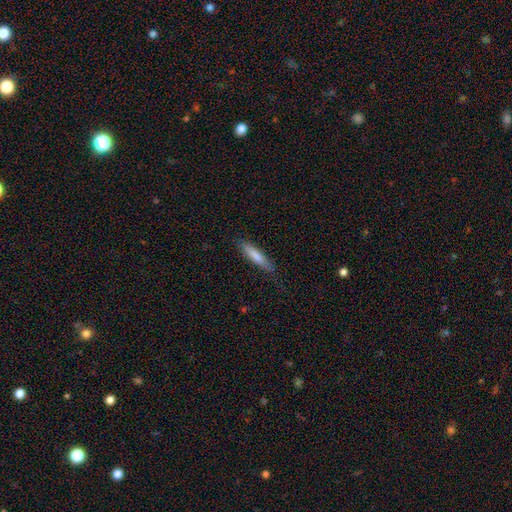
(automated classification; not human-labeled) Smooth or featured? Predicted: smooth (p=0.77). How rounded? Predicted: cigar-shaped (p=0.84). Merging? Predicted: none (p=0.82).